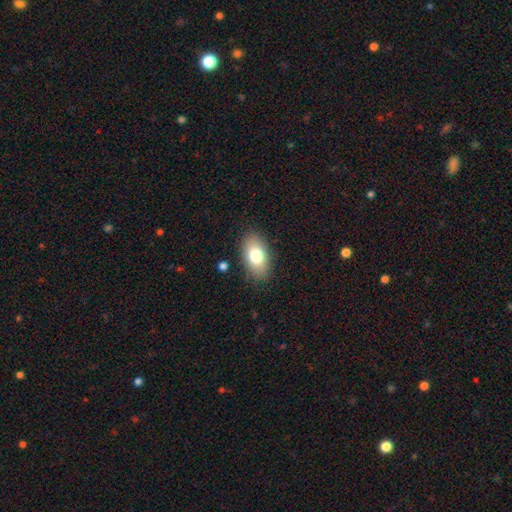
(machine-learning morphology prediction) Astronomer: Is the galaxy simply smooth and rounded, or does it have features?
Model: smooth — 77%.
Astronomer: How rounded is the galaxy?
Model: in between — 91%.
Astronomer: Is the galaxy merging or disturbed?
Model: none — 85%.